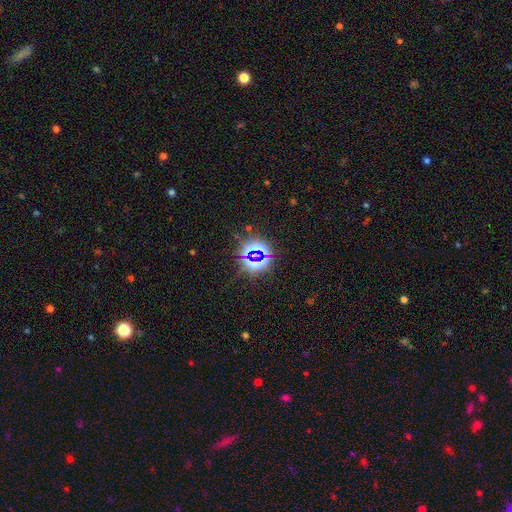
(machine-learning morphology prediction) Overall: star or artifact (76%).